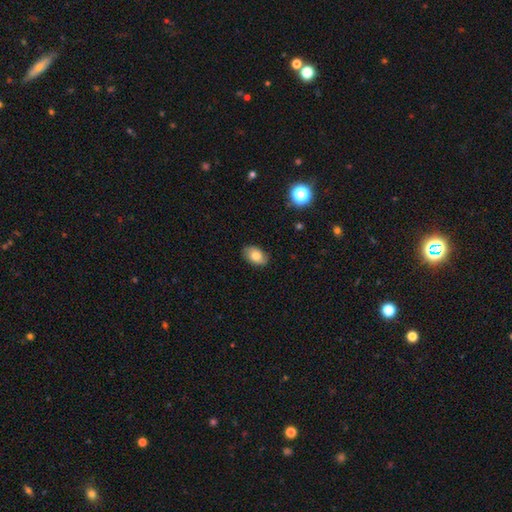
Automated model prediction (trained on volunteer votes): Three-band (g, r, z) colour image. It shows a smooth galaxy with no disk features (79%) that is in between round and cigar-shaped (88%). Merging: none (85%).